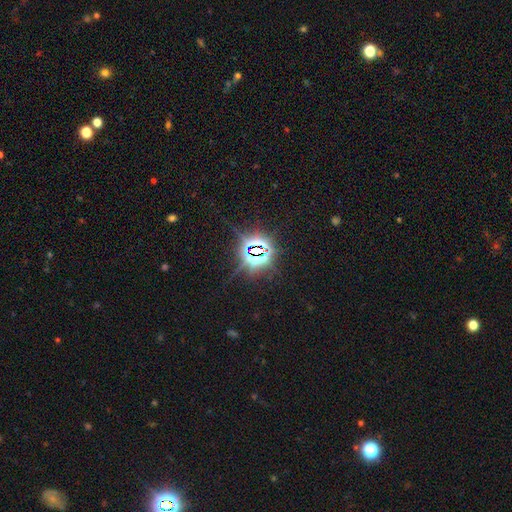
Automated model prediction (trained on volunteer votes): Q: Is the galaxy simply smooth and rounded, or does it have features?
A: star or artifact — 83%.